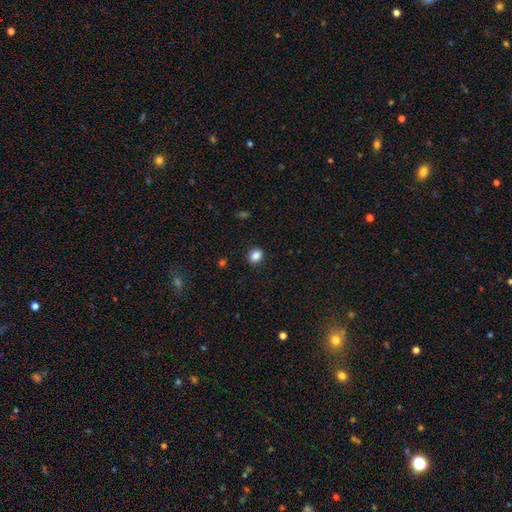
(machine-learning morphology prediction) Smooth or featured?
  - smooth: 86% *
  - star or artifact: 11%
  - featured or disk: 4%
How rounded?
  - round: 69% *
  - in between: 30%
  - cigar-shaped: 1%
Merging?
  - none: 90% *
  - minor disturbance: 7%
  - major disturbance: 2%
  - merger: 1%